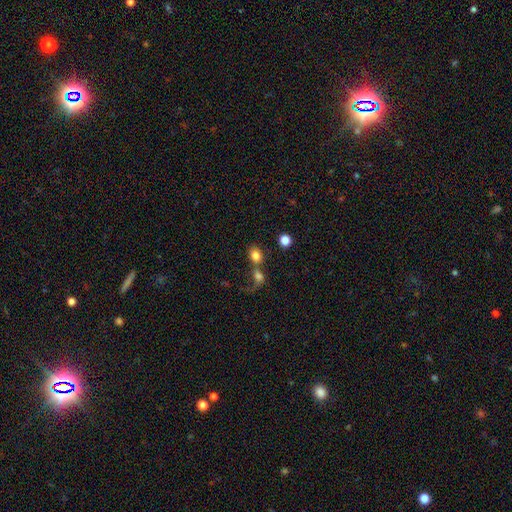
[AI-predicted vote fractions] Smooth or featured: smooth — 79% (star or artifact — 11%)
How rounded: round — 58% (in between — 40%)
Merging: merger — 48% (none — 36%)